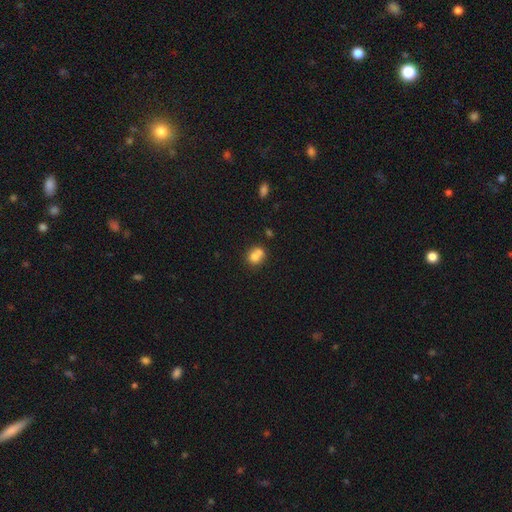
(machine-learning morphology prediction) type=smooth (74%); roundness=round (67%); merging=merger (47%).